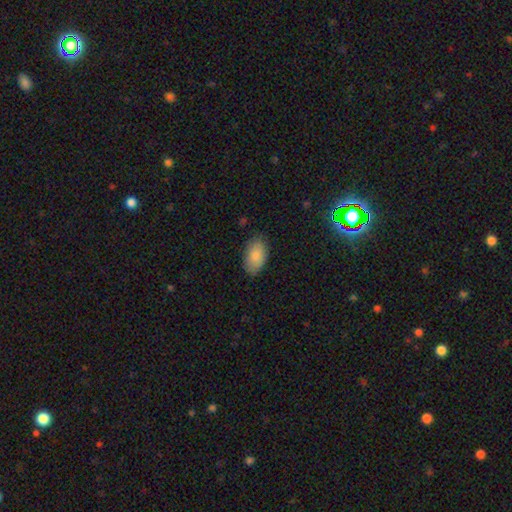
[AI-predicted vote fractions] Smooth or featured?
  - smooth: 85% *
  - featured or disk: 8%
  - star or artifact: 6%
How rounded?
  - in between: 93% *
  - round: 5%
  - cigar-shaped: 2%
Merging?
  - none: 80% *
  - minor disturbance: 16%
  - major disturbance: 3%
  - merger: 1%